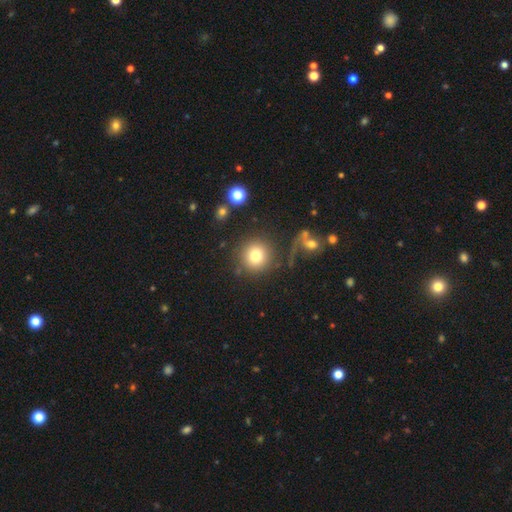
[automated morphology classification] Smooth or featured?
  - smooth: 79% *
  - star or artifact: 11%
  - featured or disk: 10%
How rounded?
  - round: 93% *
  - in between: 6%
  - cigar-shaped: 1%
Merging?
  - none: 81% *
  - minor disturbance: 8%
  - merger: 5%
  - major disturbance: 5%